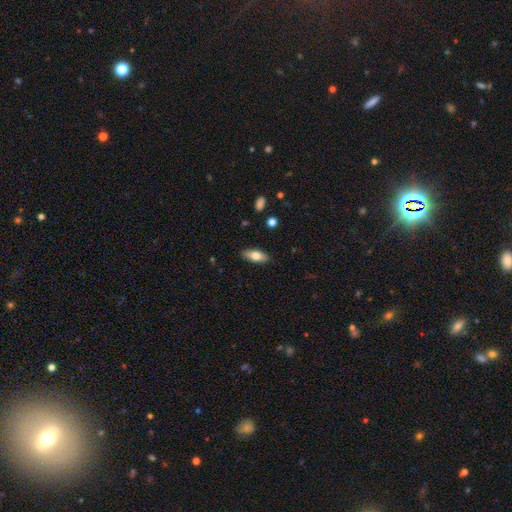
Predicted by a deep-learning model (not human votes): smooth-or-featured: smooth: 72% | featured or disk: 21% | star or artifact: 7%
  how-rounded: in between: 78% | cigar-shaped: 19% | round: 3%
  merging: none: 87% | minor disturbance: 10% | major disturbance: 2% | merger: 1%